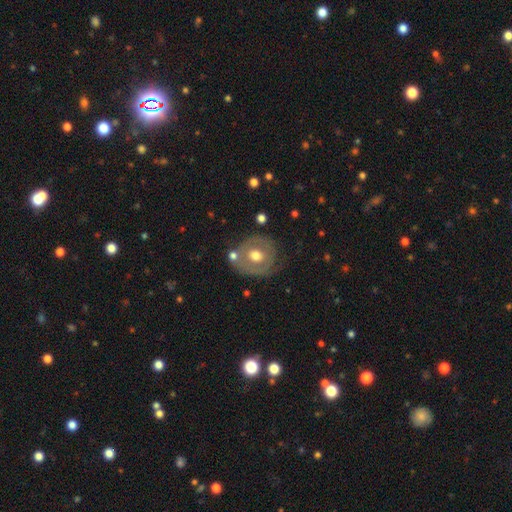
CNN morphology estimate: type=featured or disk (51%); edge-on=no (95%); merging=none (64%).